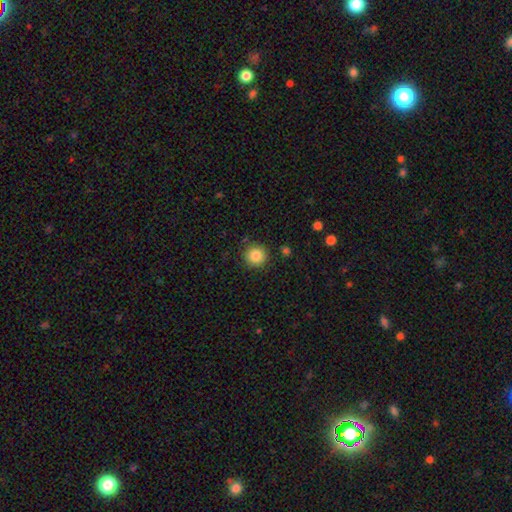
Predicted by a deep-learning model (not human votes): A smooth galaxy with no disk features (85%) that is round (94%). Merging: none (88%).